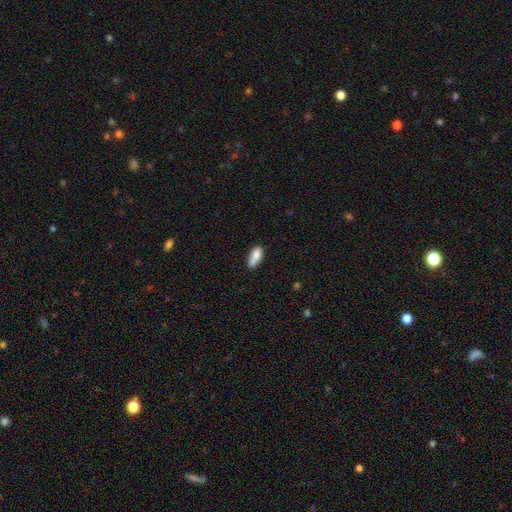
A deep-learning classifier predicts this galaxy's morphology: A smooth galaxy with no disk features (78%) that is in between round and cigar-shaped (82%). Merging: none (46%).